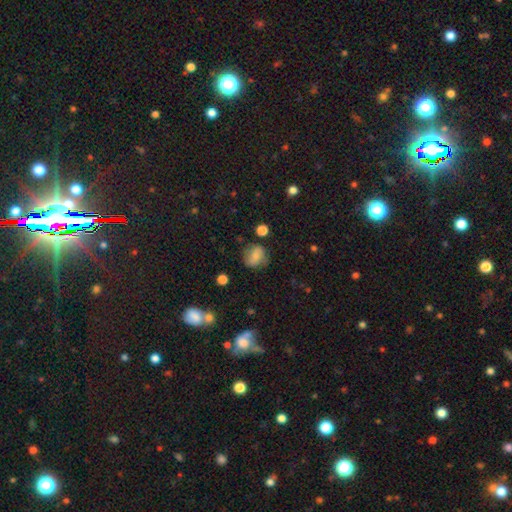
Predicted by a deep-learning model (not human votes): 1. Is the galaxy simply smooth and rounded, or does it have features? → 68% smooth, 21% featured or disk, 11% star or artifact.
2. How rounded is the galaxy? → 61% round, 38% in between, 2% cigar-shaped.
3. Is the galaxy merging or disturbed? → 64% none, 24% minor disturbance, 9% major disturbance, 3% merger.